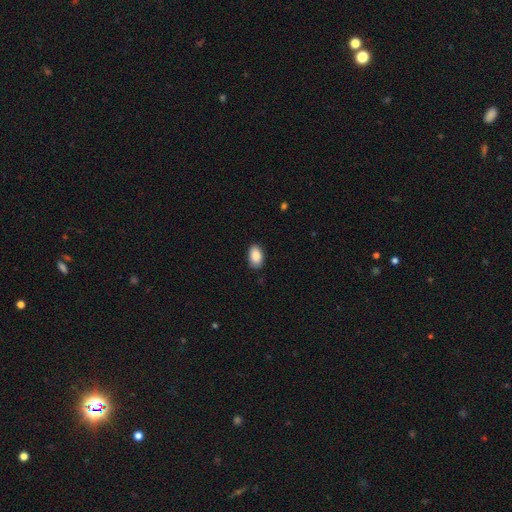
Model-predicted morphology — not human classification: The model was most divided on "merging": none: 86%, minor disturbance: 11%, major disturbance: 2%, merger: 1%. More confident: how rounded — in between (93%); smooth or featured — smooth (88%).